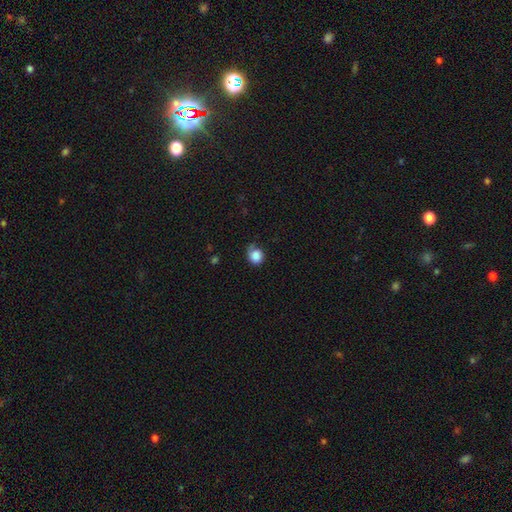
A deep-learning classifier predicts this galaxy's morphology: A smooth galaxy with no disk features (83%) that is round (72%). Merging: none (47%).